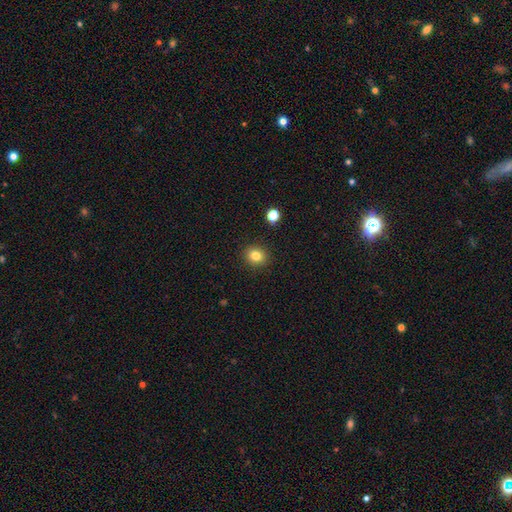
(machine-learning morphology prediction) Smooth or featured? Predicted: smooth (p=0.82). How rounded? Predicted: round (p=0.77). Merging? Predicted: none (p=0.91).